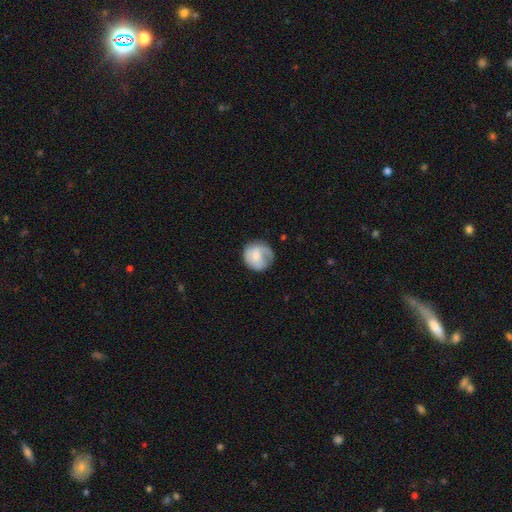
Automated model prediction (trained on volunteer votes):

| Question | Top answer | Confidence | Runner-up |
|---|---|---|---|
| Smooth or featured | smooth | 58% | featured or disk (35%) |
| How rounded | round | 85% | in between (14%) |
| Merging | none | 62% | minor disturbance (24%) |